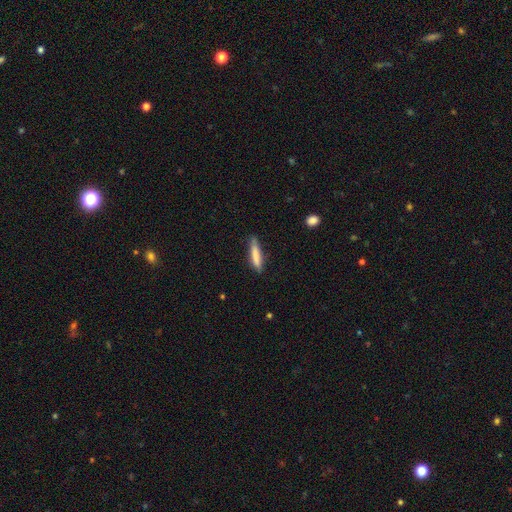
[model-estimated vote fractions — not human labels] The model was most divided on "merging": none: 77%, minor disturbance: 18%, major disturbance: 3%, merger: 2%. More confident: how rounded — cigar-shaped (86%); smooth or featured — smooth (79%).